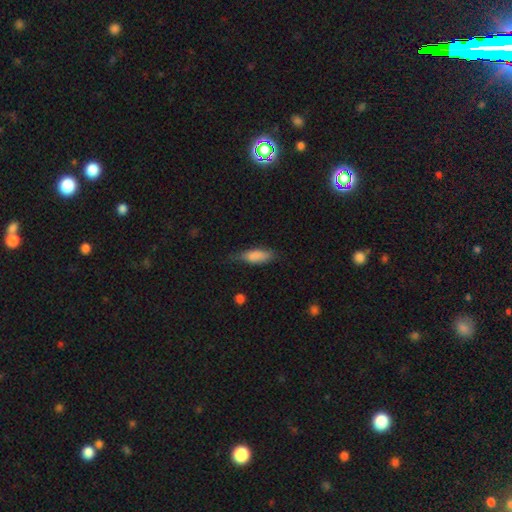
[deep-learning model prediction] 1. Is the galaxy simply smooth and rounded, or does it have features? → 83% smooth, 10% featured or disk, 7% star or artifact.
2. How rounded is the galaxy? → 69% in between, 29% cigar-shaped, 2% round.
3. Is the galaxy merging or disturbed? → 54% none, 34% minor disturbance, 9% major disturbance, 2% merger.